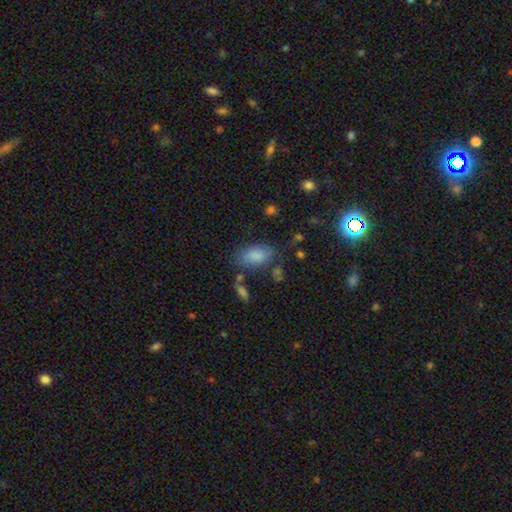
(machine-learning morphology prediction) A smooth galaxy with no disk features (85%) that is in between round and cigar-shaped (92%). Merging: none (68%).